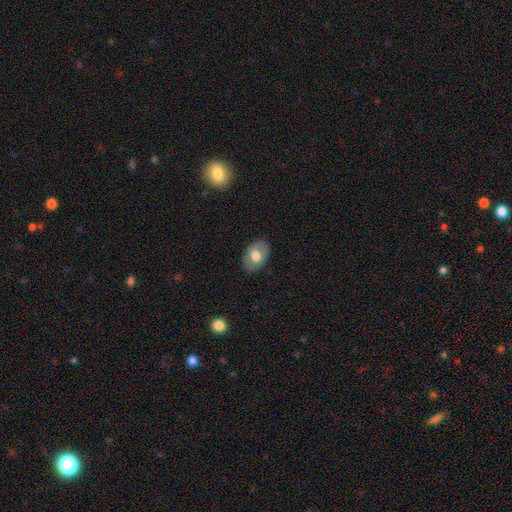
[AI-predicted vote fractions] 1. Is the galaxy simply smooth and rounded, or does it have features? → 64% smooth, 30% featured or disk, 6% star or artifact.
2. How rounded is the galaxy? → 83% in between, 16% round, 1% cigar-shaped.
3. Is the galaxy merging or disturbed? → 85% none, 11% minor disturbance, 3% major disturbance, 1% merger.